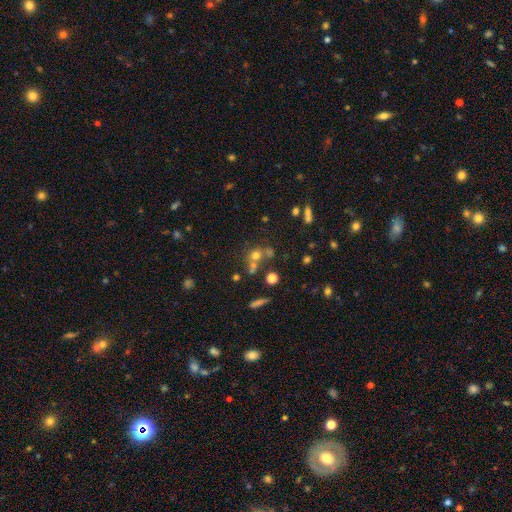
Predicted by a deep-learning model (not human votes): smooth_or_featured: smooth (p=0.62) [alt: star or artifact p=0.22]
how_rounded: round (p=0.80) [alt: in between p=0.18]
merging: none (p=0.46) [alt: merger p=0.38]